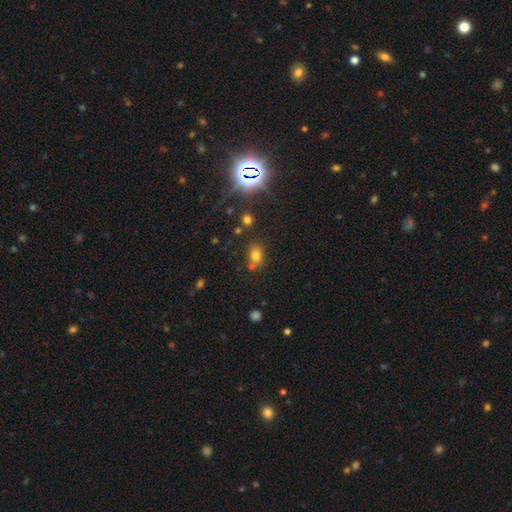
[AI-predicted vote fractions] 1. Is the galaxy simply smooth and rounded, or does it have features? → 74% smooth, 17% star or artifact, 9% featured or disk.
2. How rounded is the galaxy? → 59% in between, 39% round, 1% cigar-shaped.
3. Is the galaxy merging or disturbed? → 64% none, 18% merger, 14% minor disturbance, 4% major disturbance.